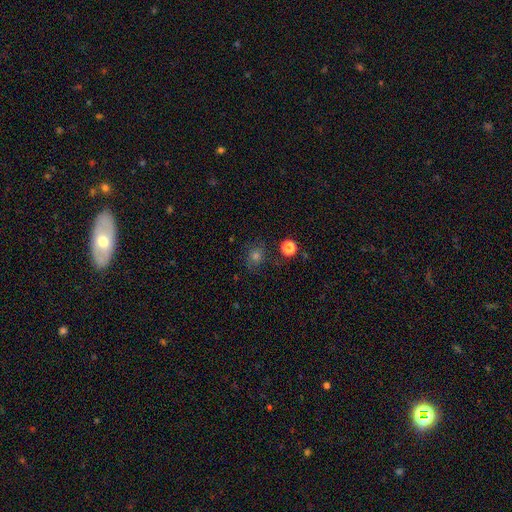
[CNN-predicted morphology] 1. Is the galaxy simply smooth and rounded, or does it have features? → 57% smooth, 26% star or artifact, 17% featured or disk.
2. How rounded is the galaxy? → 72% round, 26% in between, 1% cigar-shaped.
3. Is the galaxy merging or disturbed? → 77% none, 14% minor disturbance, 6% major disturbance, 3% merger.